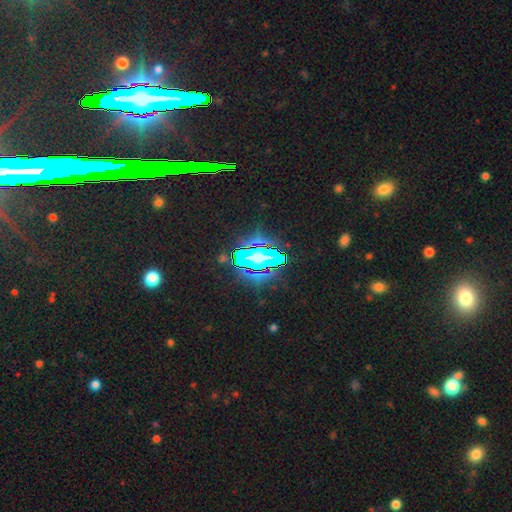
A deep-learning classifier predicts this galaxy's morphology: type=star or artifact (73%).